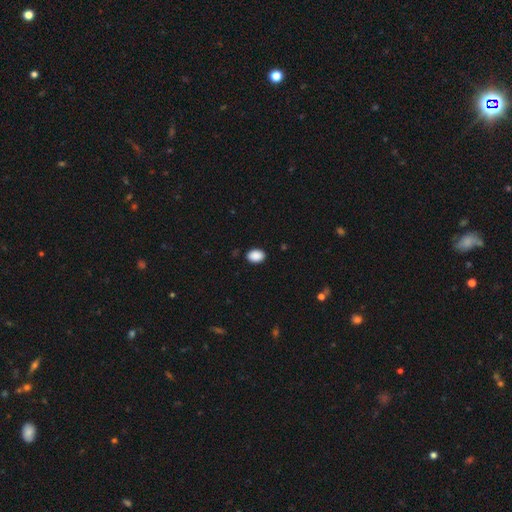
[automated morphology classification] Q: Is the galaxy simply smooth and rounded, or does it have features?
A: smooth — 90%.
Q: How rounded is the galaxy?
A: in between — 78%.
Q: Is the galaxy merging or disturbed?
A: none — 89%.